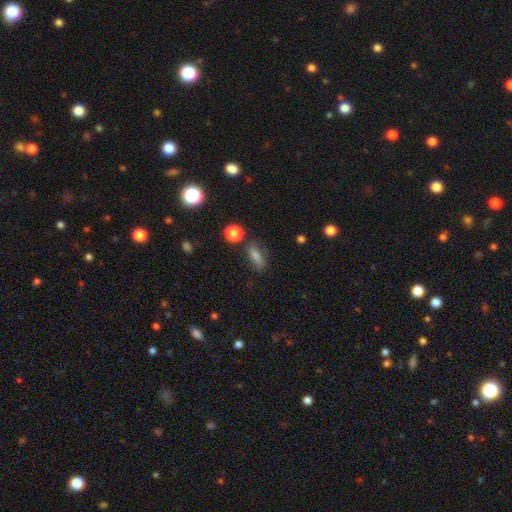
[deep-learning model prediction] A smooth galaxy with no disk features (69%) that is in between round and cigar-shaped (56%). Merging: none (74%).